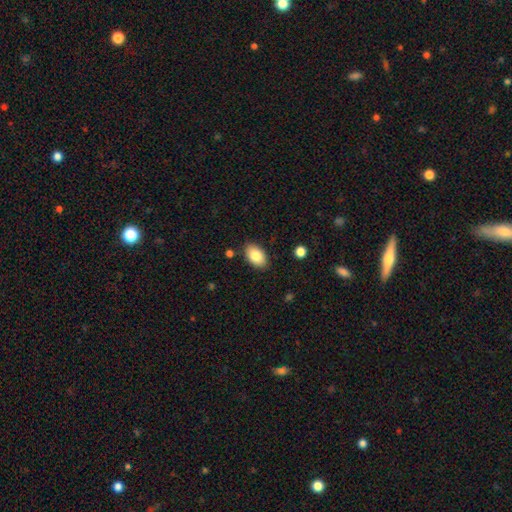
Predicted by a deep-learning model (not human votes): Smooth or featured? Predicted: smooth (p=0.84). How rounded? Predicted: in between (p=0.92). Merging? Predicted: none (p=0.86).